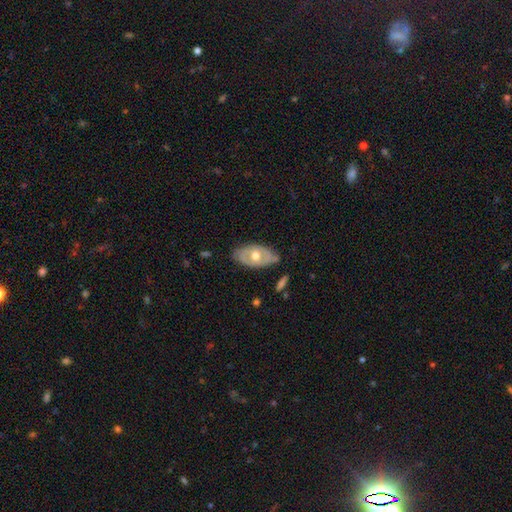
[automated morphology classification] Smooth or featured? featured or disk (55%)
Edge-on disk? no (87%)
Merging? none (72%)